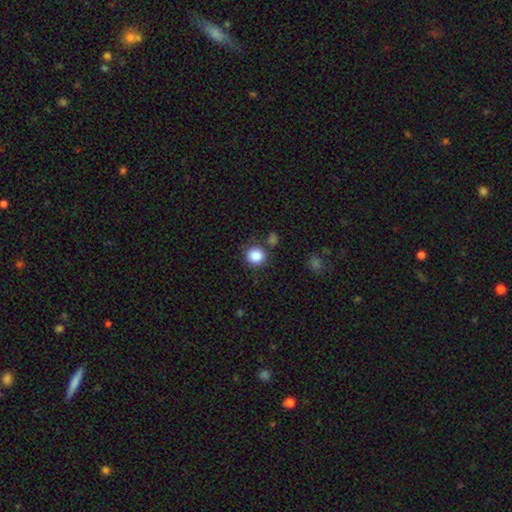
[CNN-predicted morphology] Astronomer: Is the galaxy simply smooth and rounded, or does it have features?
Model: smooth — 86%.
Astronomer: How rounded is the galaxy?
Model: round — 86%.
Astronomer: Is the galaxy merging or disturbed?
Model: none — 79%.